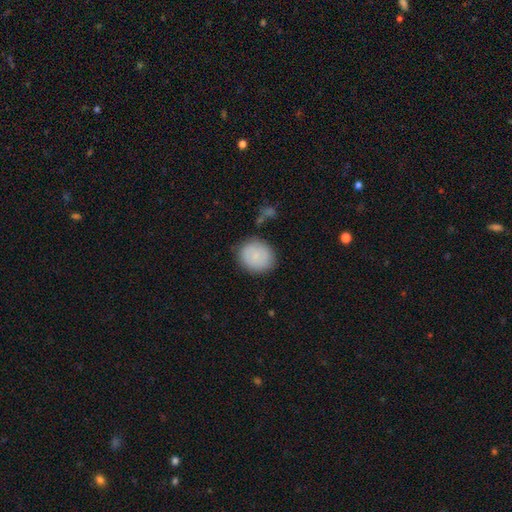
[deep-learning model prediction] This appears to be a smooth galaxy with no disk features (80%) that is round (74%). Merging: none (79%).